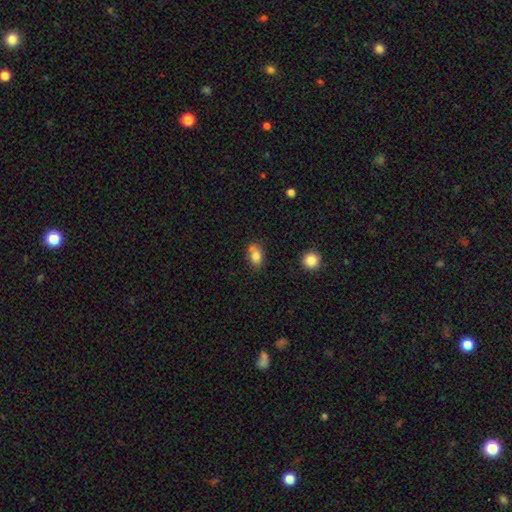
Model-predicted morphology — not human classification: smooth-or-featured: smooth: 79% | featured or disk: 11% | star or artifact: 10%
  how-rounded: in between: 71% | round: 27% | cigar-shaped: 2%
  merging: none: 51% | merger: 26% | minor disturbance: 18% | major disturbance: 5%